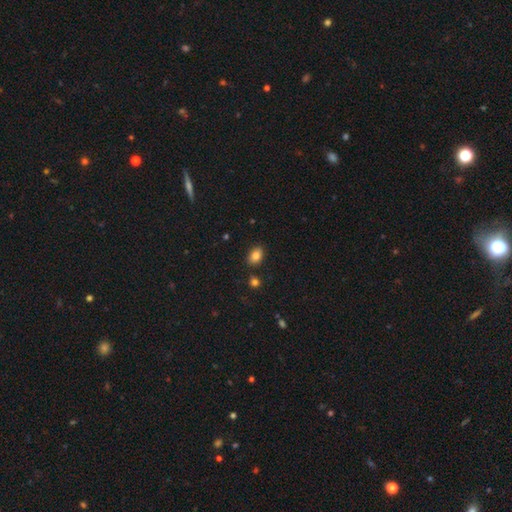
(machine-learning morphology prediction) type=smooth (85%); roundness=in between (80%); merging=none (84%).